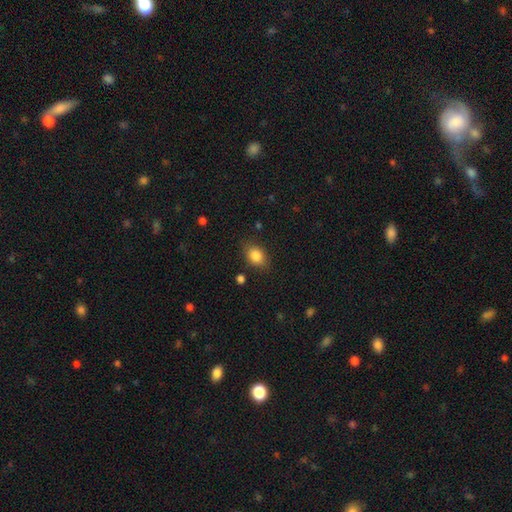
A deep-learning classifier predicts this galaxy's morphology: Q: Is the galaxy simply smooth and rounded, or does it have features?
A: smooth — 84%.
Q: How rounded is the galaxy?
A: in between — 73%.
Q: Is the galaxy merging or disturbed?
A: none — 80%.